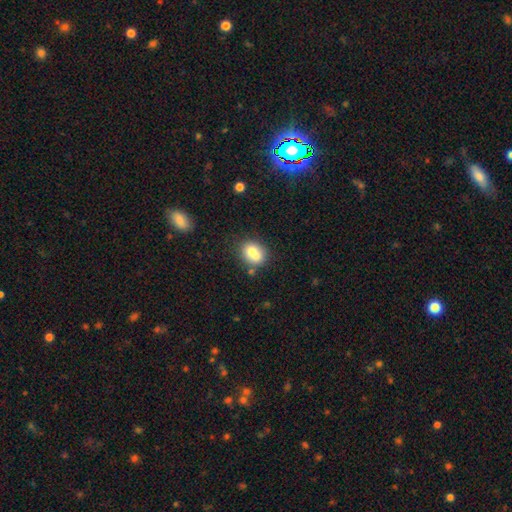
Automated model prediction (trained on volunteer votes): smooth 71%, featured or disk 20%, star or artifact 9%. Down the decision tree: how rounded — round (57%); merging — none (43%).